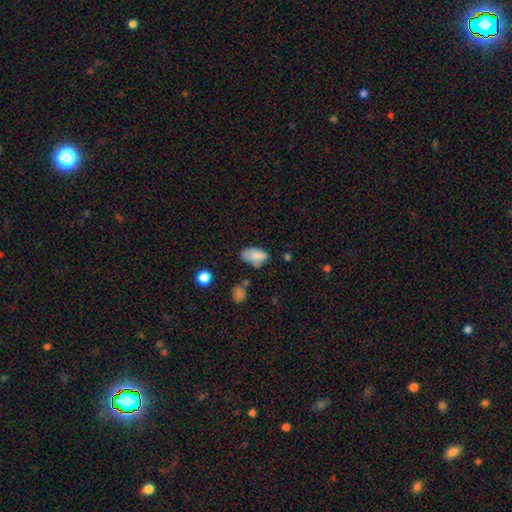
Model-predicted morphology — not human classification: A smooth galaxy with no disk features (83%) that is in between round and cigar-shaped (92%). Merging: none (55%).